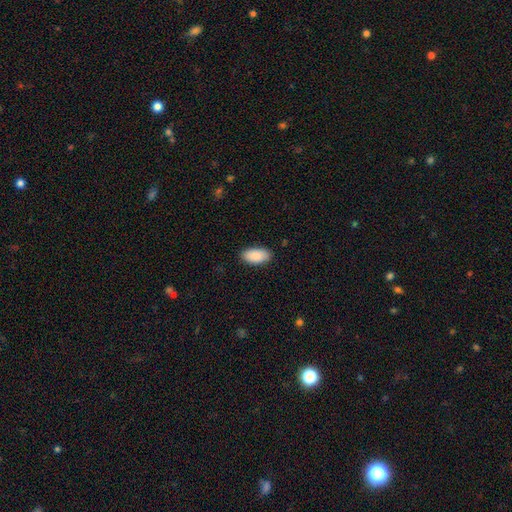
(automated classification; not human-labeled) A smooth galaxy with no disk features (91%) that is in between round and cigar-shaped (95%). Merging: none (88%).